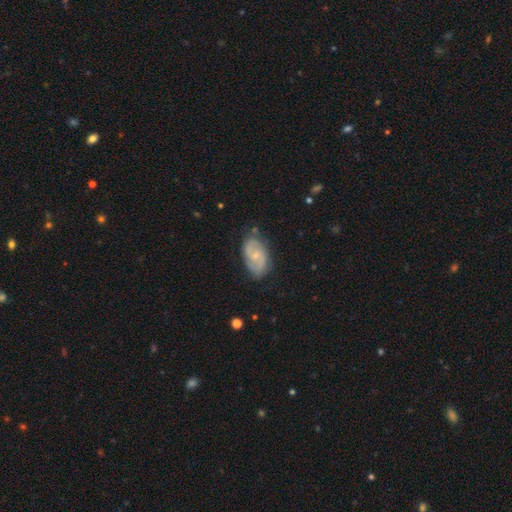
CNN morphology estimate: Q: Smooth or featured?
A: featured or disk (74%); runner-up: smooth (20%)
Q: Edge-on disk?
A: no (97%); runner-up: yes (3%)
Q: Bar?
A: no (49%); runner-up: weak (44%)
Q: Spiral arms?
A: yes (91%); runner-up: no (9%)
Q: Spiral winding?
A: medium (47%); runner-up: tight (34%)
Q: Spiral arm count?
A: 2 (80%); runner-up: can't tell (12%)
Q: Bulge size?
A: small (66%); runner-up: moderate (27%)
Q: Merging?
A: none (75%); runner-up: minor disturbance (18%)